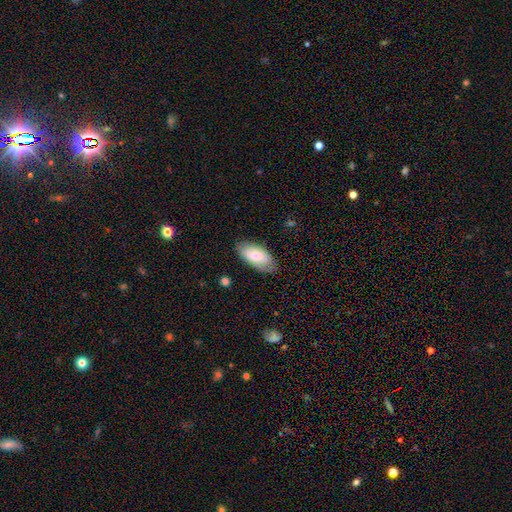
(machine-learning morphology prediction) This is likely a smooth galaxy (63%). How rounded: clearly in between (92%). Merging: likely none (77%).